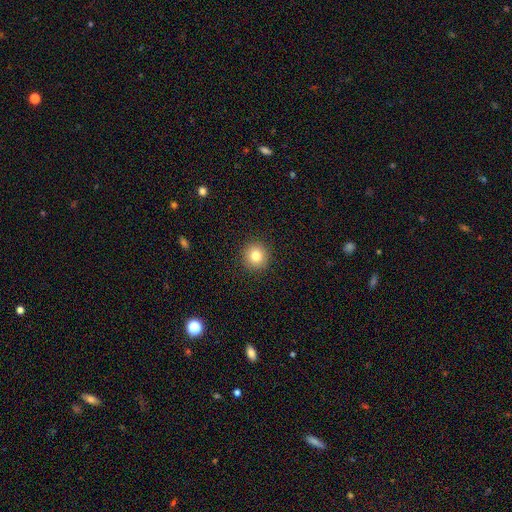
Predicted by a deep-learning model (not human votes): Q: Smooth or featured?
A: smooth (82%); runner-up: star or artifact (10%)
Q: How rounded?
A: round (94%); runner-up: in between (5%)
Q: Merging?
A: none (92%); runner-up: minor disturbance (5%)